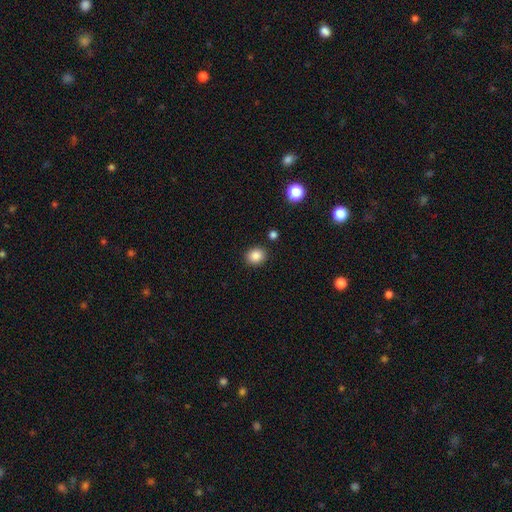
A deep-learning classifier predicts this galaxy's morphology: Smooth or featured? Predicted: smooth (p=0.87). How rounded? Predicted: round (p=0.68). Merging? Predicted: none (p=0.87).